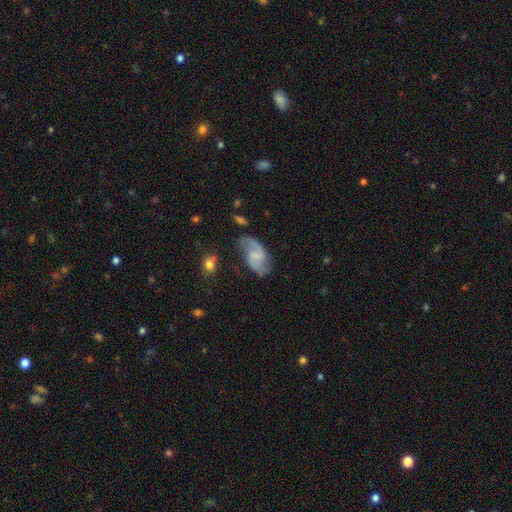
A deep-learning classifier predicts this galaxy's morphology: A featured or disk galaxy (81%) with a weak bar (50%), 2 (91%) loose (47%) spiral arms (95%) and a small central bulge (40%). Merging: none (71%).